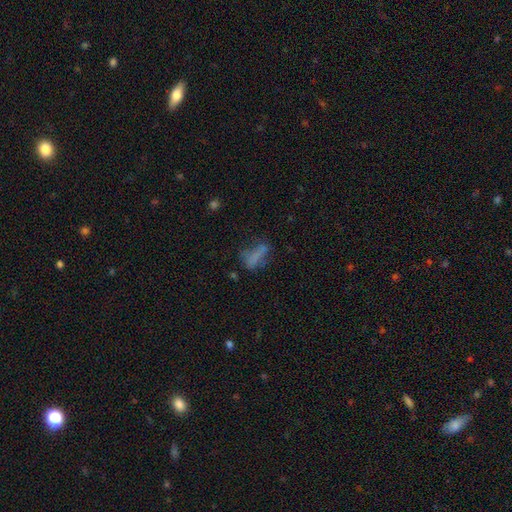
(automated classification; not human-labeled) Smooth or featured? smooth (62%)
How rounded? in between (51%)
Merging? none (42%)